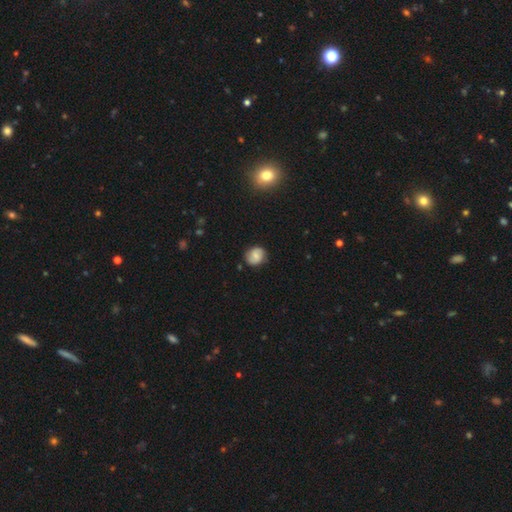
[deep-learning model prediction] Smooth or featured: smooth — 52% (featured or disk — 39%)
How rounded: round — 69% (in between — 30%)
Merging: none — 79% (minor disturbance — 15%)